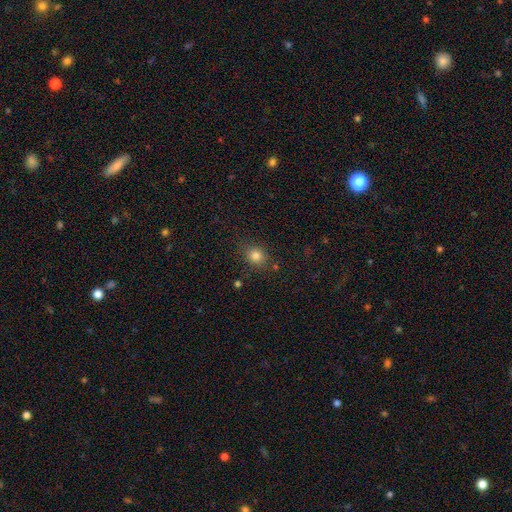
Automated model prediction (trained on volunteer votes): smooth-or-featured: smooth: 81% | star or artifact: 13% | featured or disk: 6%
  how-rounded: round: 71% | in between: 28% | cigar-shaped: 1%
  merging: none: 80% | minor disturbance: 13% | major disturbance: 4% | merger: 3%